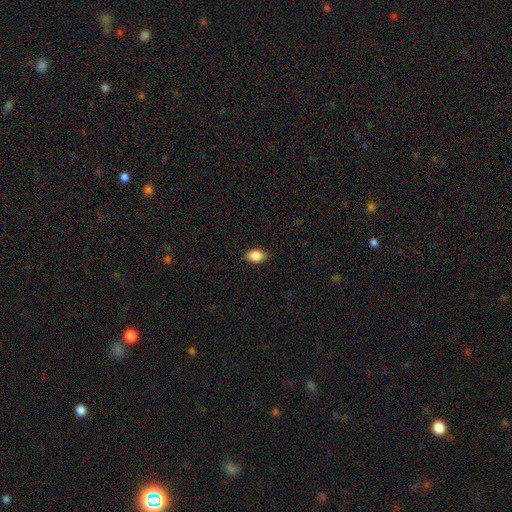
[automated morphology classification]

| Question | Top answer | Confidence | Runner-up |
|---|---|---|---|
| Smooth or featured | smooth | 86% | star or artifact (8%) |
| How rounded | in between | 85% | round (13%) |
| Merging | none | 87% | minor disturbance (10%) |